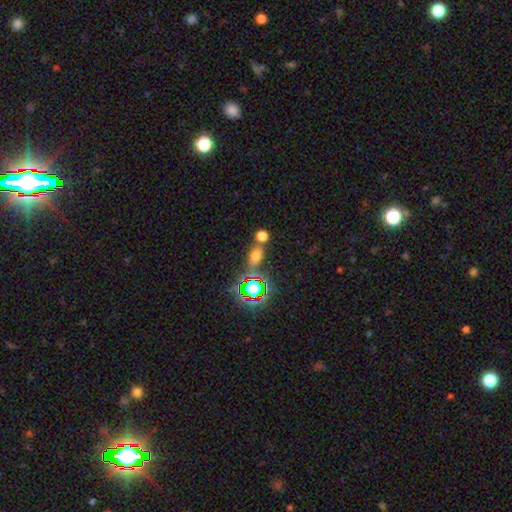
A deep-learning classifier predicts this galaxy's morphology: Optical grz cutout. It shows a smooth galaxy with no disk features (59%) that is in between round and cigar-shaped (66%). Merging: none (62%).